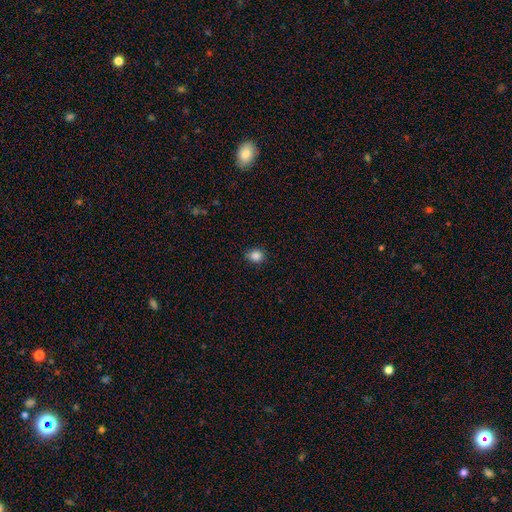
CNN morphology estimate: Smooth or featured? Predicted: smooth (p=0.85). How rounded? Predicted: round (p=0.71). Merging? Predicted: none (p=0.83).